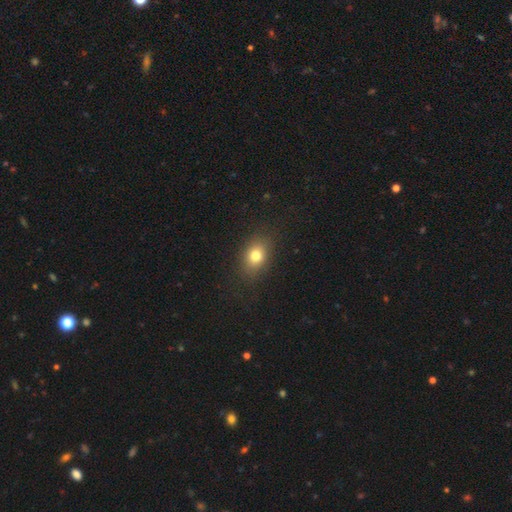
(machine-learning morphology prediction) Smooth or featured?
  - smooth: 79% *
  - star or artifact: 11%
  - featured or disk: 10%
How rounded?
  - in between: 69% *
  - round: 30%
  - cigar-shaped: 2%
Merging?
  - none: 85% *
  - minor disturbance: 10%
  - major disturbance: 4%
  - merger: 1%